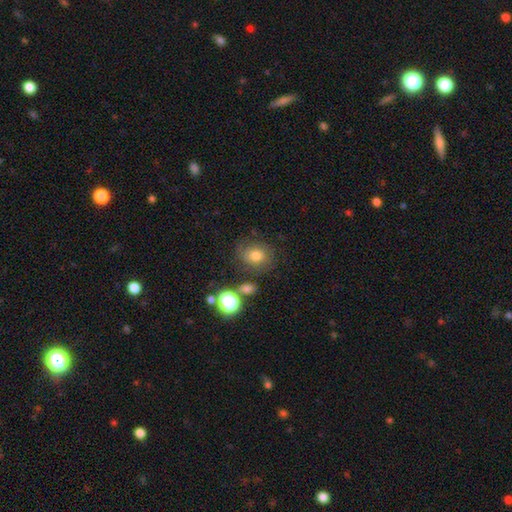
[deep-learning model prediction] Smooth or featured: smooth — 69% (featured or disk — 17%)
How rounded: round — 61% (in between — 38%)
Merging: none — 68% (minor disturbance — 18%)